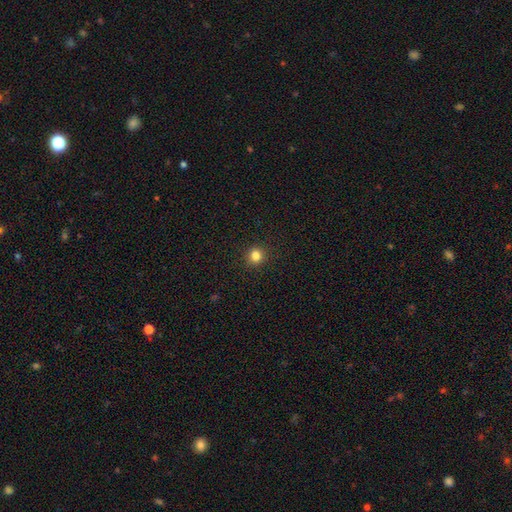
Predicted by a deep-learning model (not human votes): This is clearly a smooth galaxy (82%). How rounded: clearly round (90%). Merging: clearly none (92%).